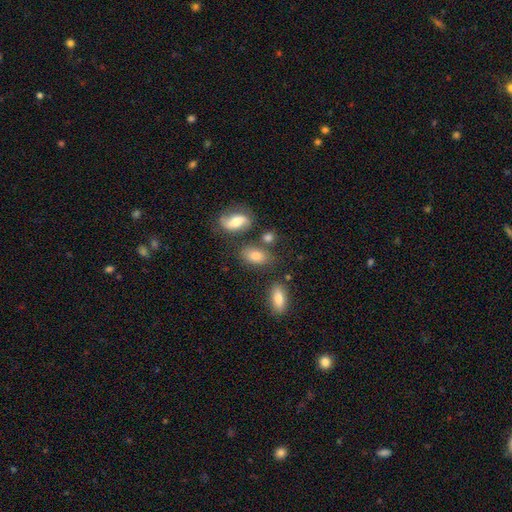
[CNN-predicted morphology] This appears to be a smooth galaxy with no disk features (73%) that is in between round and cigar-shaped (86%). Merging: none (70%).